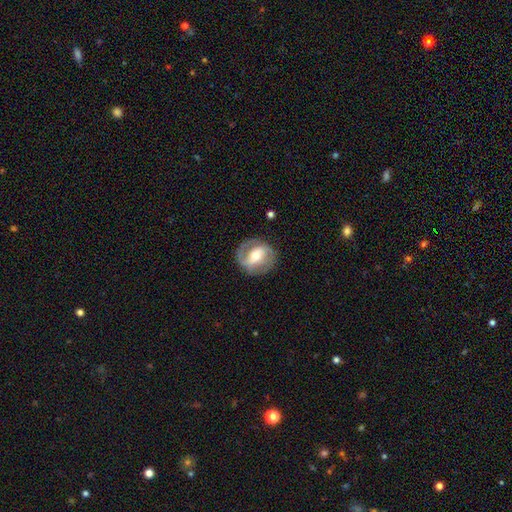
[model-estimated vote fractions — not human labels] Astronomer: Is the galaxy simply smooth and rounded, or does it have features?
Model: featured or disk — 73%.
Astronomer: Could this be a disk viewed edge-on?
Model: no — 96%.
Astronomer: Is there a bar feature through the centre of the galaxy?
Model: strong — 40% (runner-up: weak, 36%).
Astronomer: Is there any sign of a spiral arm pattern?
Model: yes — 82%.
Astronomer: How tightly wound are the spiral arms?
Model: medium — 44% (runner-up: tight, 36%).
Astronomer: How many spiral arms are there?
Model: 2 — 80%.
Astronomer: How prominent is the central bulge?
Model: moderate — 62%.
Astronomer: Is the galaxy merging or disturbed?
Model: none — 80%.